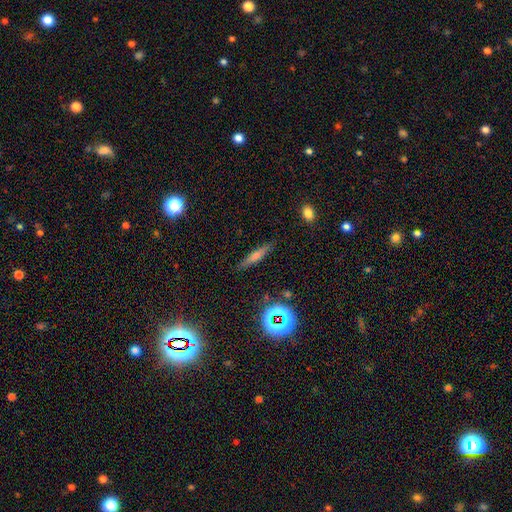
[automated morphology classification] smooth 52%, featured or disk 34%, star or artifact 14%. Down the decision tree: how rounded — cigar-shaped (83%); merging — none (86%).